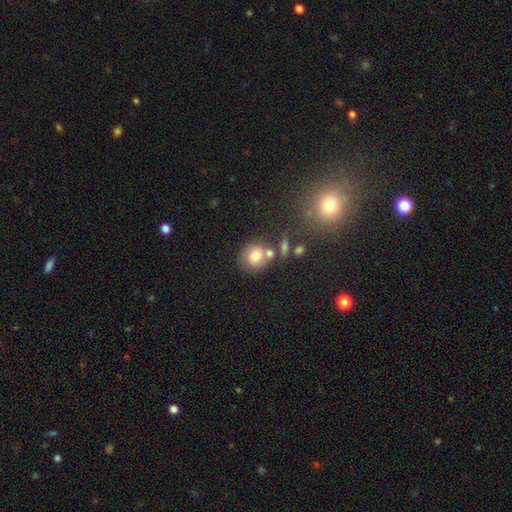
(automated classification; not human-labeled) Morphology: type=smooth (74%); roundness=round (81%); merging=none (56%).